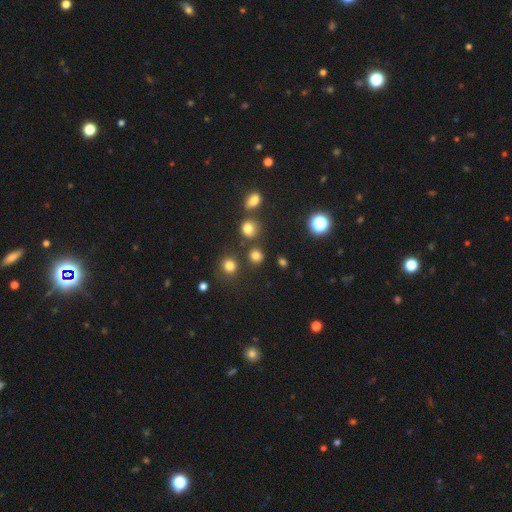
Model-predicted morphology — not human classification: This is likely a smooth galaxy (78%). How rounded: clearly round (85%). Merging: likely none (79%).